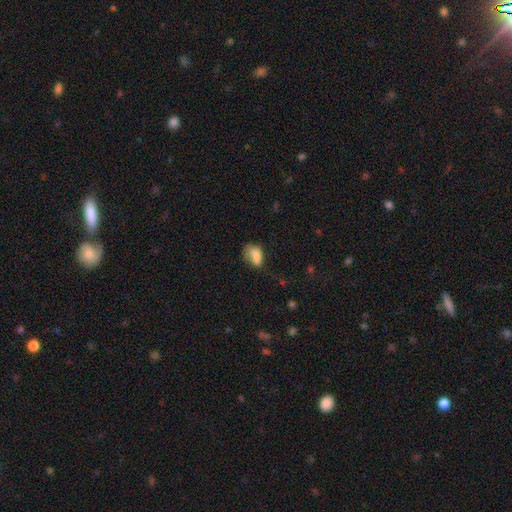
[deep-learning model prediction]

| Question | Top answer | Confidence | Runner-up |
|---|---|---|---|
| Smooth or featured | smooth | 77% | featured or disk (12%) |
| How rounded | in between | 85% | round (11%) |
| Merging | none | 36% | minor disturbance (33%) |